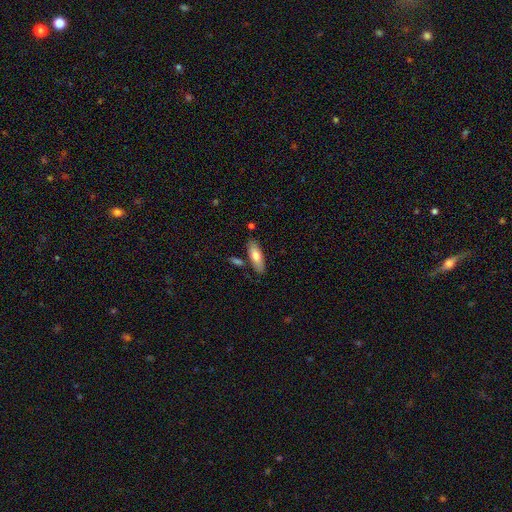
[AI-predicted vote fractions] smooth-or-featured: smooth: 73% | featured or disk: 22% | star or artifact: 6%
  how-rounded: in between: 62% | cigar-shaped: 36% | round: 2%
  merging: none: 80% | minor disturbance: 12% | merger: 6% | major disturbance: 2%